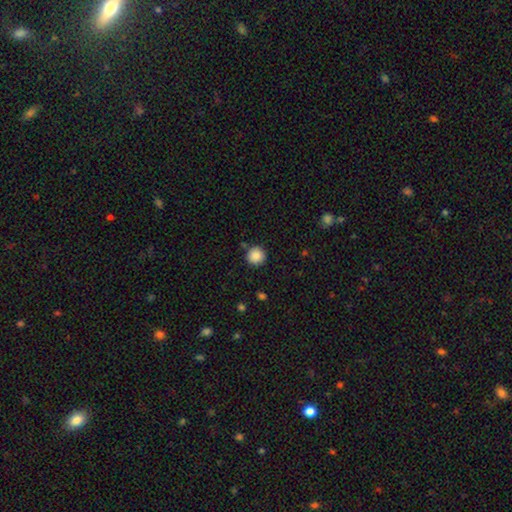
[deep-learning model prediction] smooth-or-featured: smooth: 88% | star or artifact: 9% | featured or disk: 3%
  how-rounded: round: 95% | in between: 4% | cigar-shaped: 1%
  merging: none: 87% | minor disturbance: 7% | merger: 3% | major disturbance: 2%